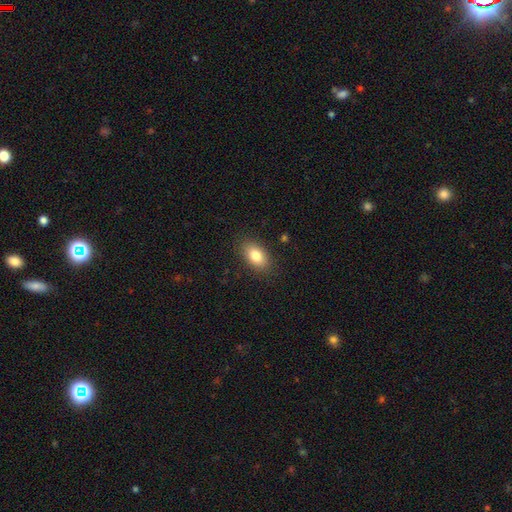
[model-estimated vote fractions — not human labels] Q: Smooth or featured?
A: smooth (82%); runner-up: featured or disk (10%)
Q: How rounded?
A: in between (90%); runner-up: round (8%)
Q: Merging?
A: none (87%); runner-up: minor disturbance (10%)